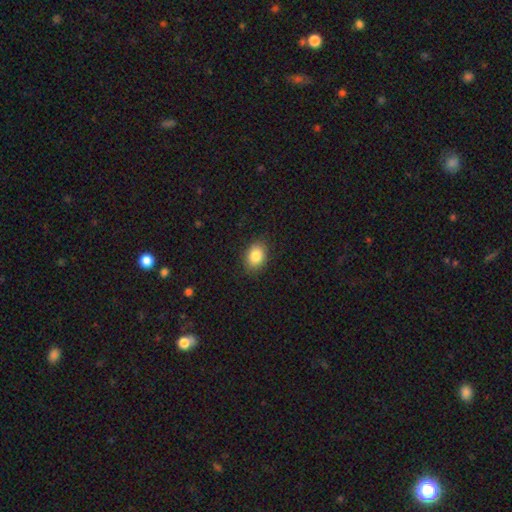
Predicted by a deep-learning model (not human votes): This is clearly a smooth galaxy (85%). How rounded: likely in between (72%). Merging: clearly none (86%).